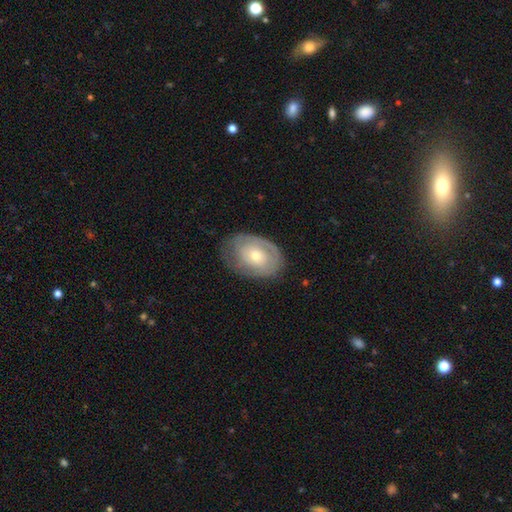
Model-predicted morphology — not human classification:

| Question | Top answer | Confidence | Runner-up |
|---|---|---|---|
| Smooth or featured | featured or disk | 55% | smooth (38%) |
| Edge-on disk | no | 94% | yes (6%) |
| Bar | no | 82% | weak (15%) |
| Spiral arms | yes | 58% | no (42%) |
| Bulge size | moderate | 54% | small (40%) |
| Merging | none | 70% | minor disturbance (21%) |